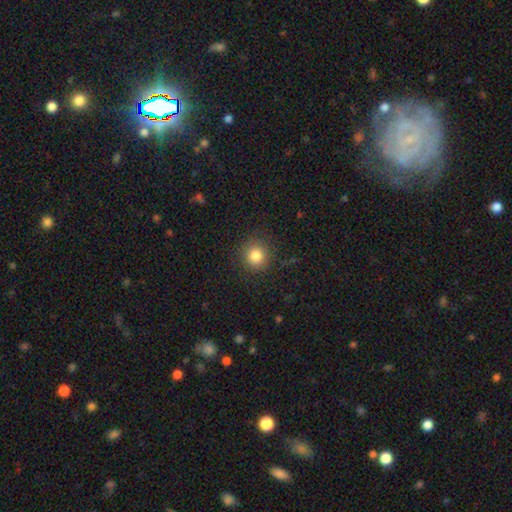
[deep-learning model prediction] This is clearly a smooth galaxy (83%). How rounded: clearly round (92%). Merging: clearly none (89%).